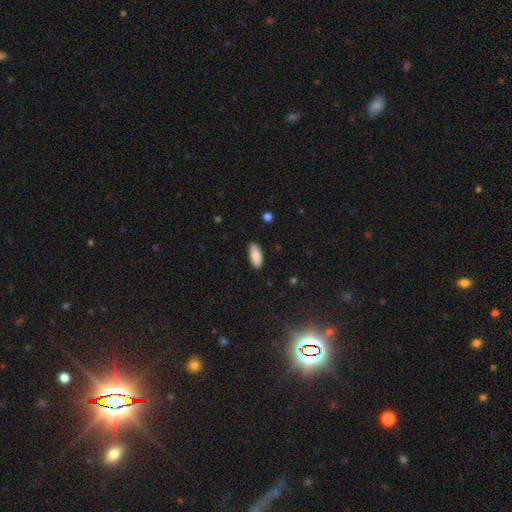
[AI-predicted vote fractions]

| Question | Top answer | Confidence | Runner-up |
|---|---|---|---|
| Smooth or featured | smooth | 89% | star or artifact (6%) |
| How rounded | in between | 78% | cigar-shaped (20%) |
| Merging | none | 86% | minor disturbance (11%) |